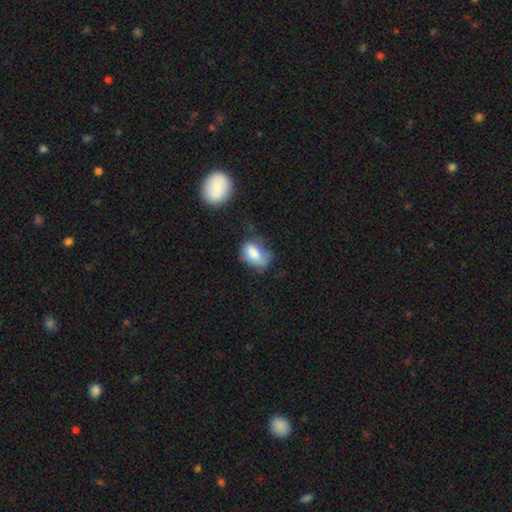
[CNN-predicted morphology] This is likely a smooth galaxy (74%). How rounded: clearly in between (85%). Merging: marginally none (38%).